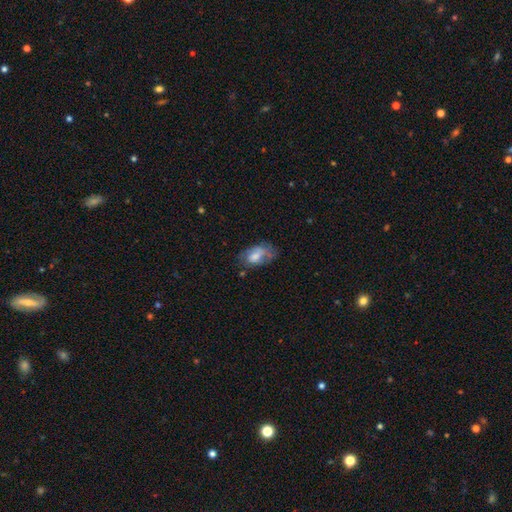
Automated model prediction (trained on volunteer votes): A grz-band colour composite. It shows a smooth galaxy with no disk features (62%) that is in between round and cigar-shaped (90%). Merging: none (43%).